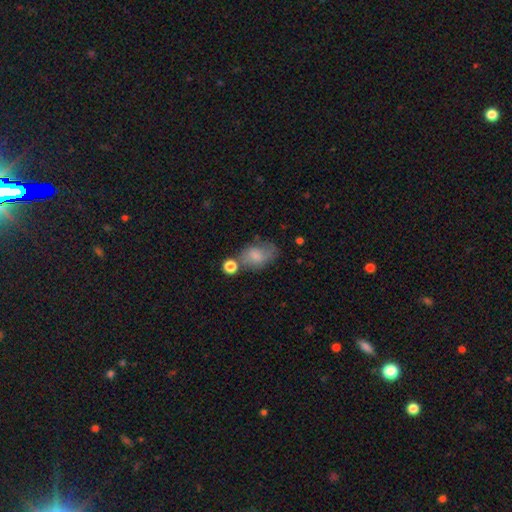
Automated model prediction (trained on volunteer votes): The model was most divided on "merging": none: 48%, minor disturbance: 26%, merger: 14%, major disturbance: 12%. More confident: how rounded — in between (81%); smooth or featured — smooth (71%).